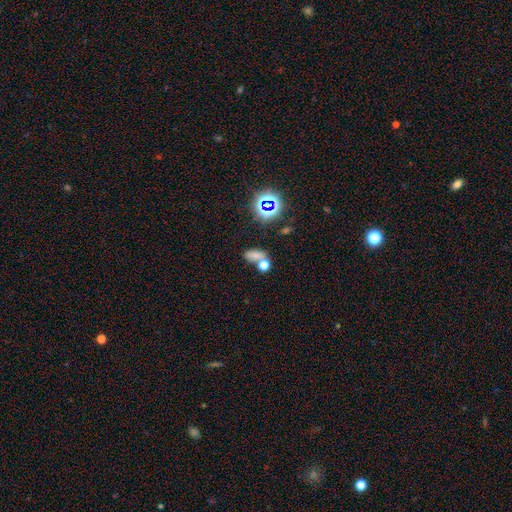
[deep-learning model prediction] This appears to be a smooth galaxy with no disk features (62%) that is in between round and cigar-shaped (75%). Merging: none (42%).